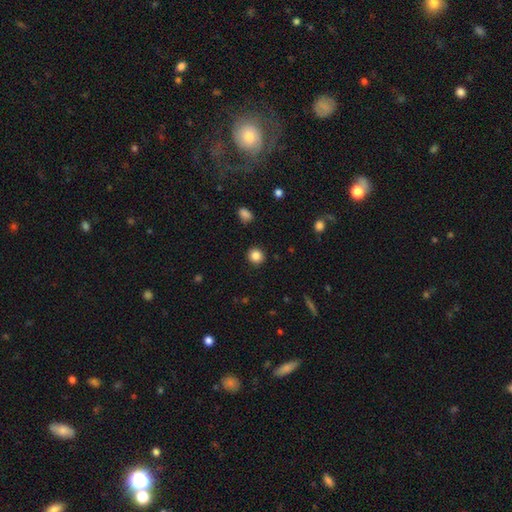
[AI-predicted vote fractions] Smooth or featured: smooth — 85% (star or artifact — 10%)
How rounded: round — 89% (in between — 10%)
Merging: none — 91% (minor disturbance — 6%)